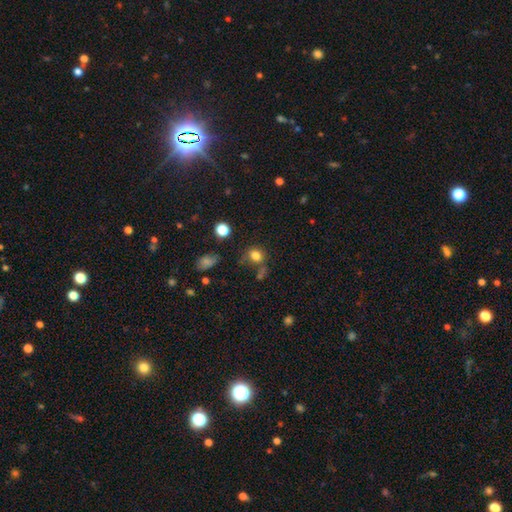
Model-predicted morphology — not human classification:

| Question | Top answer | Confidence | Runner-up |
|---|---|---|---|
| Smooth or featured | smooth | 78% | star or artifact (14%) |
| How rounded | round | 63% | in between (35%) |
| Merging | none | 57% | minor disturbance (19%) |